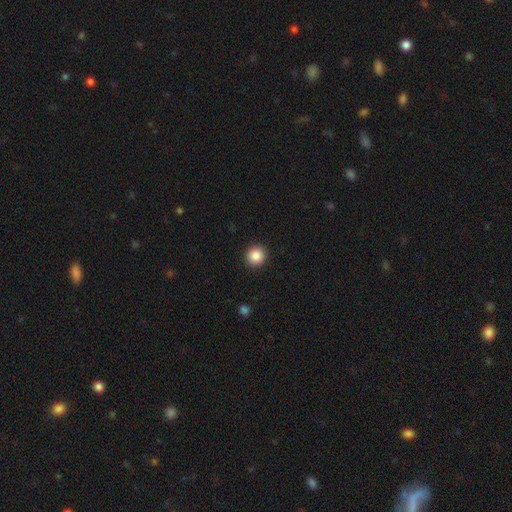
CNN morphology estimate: Smooth or featured: smooth — 87% (star or artifact — 9%)
How rounded: round — 94% (in between — 5%)
Merging: none — 92% (minor disturbance — 5%)